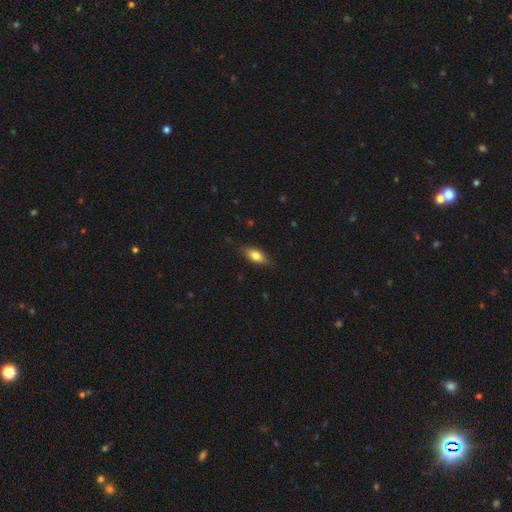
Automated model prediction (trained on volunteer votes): smooth_or_featured: smooth (p=0.75) [alt: featured or disk p=0.17]
how_rounded: in between (p=0.83) [alt: cigar-shaped p=0.10]
merging: none (p=0.79) [alt: minor disturbance p=0.17]